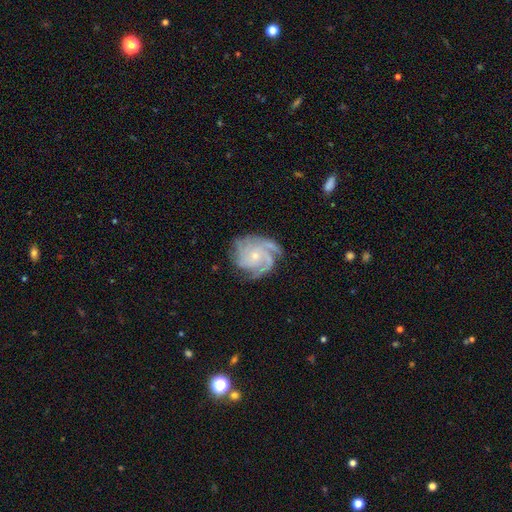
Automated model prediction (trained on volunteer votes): The model was most divided on "spiral arm count": 3: 41%, 4: 26%, can't tell: 12%, 2: 9%, more than 4: 6%, 1: 6%. More confident: edge-on disk — no (98%); spiral arms — yes (98%); smooth or featured — featured or disk (88%); bar — no (76%); bulge size — small (75%); merging — none (71%); spiral winding — tight (63%).